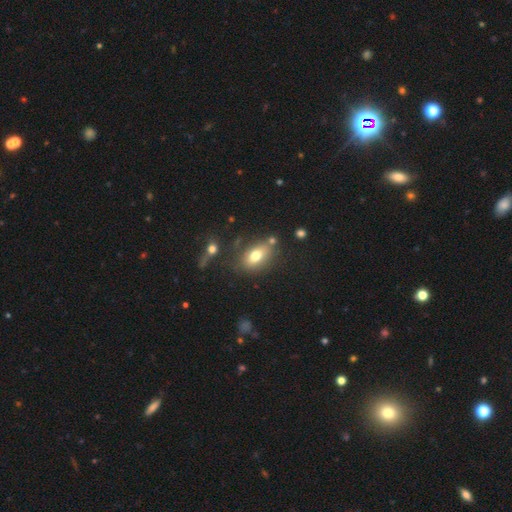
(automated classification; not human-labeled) This appears to be a smooth galaxy with no disk features (75%) that is in between round and cigar-shaped (84%). Merging: none (69%).